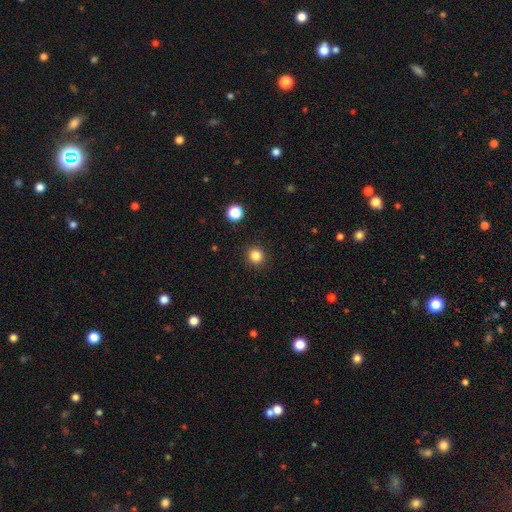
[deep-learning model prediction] Q: Smooth or featured?
A: smooth (84%); runner-up: star or artifact (12%)
Q: How rounded?
A: round (92%); runner-up: in between (7%)
Q: Merging?
A: none (91%); runner-up: minor disturbance (5%)